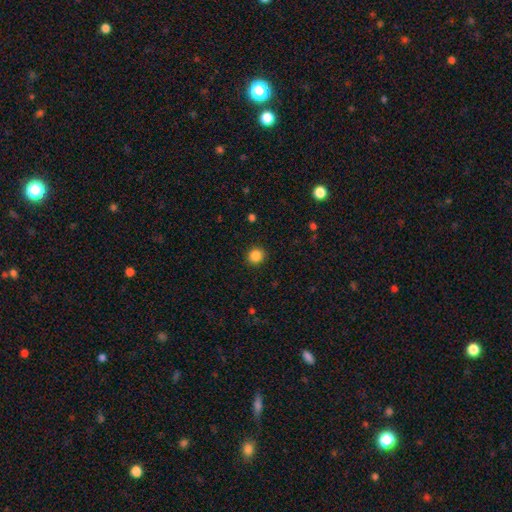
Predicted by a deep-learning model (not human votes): The model was most divided on "smooth or featured": smooth: 86%, star or artifact: 11%, featured or disk: 4%. More confident: merging — none (91%); how rounded — round (90%).